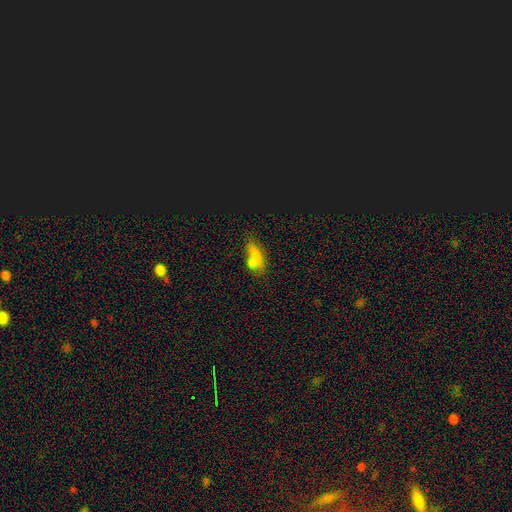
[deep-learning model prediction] smooth_or_featured: smooth (p=0.59) [alt: star or artifact p=0.26]
how_rounded: in between (p=0.66) [alt: cigar-shaped p=0.24]
merging: none (p=0.54) [alt: merger p=0.20]